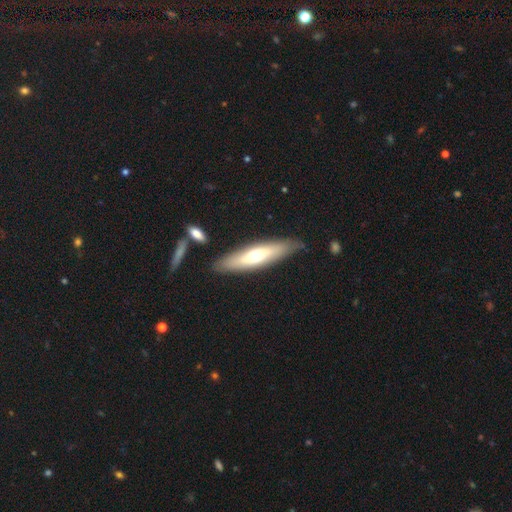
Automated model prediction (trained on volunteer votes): Smooth or featured? smooth (49%)
Merging? none (82%)